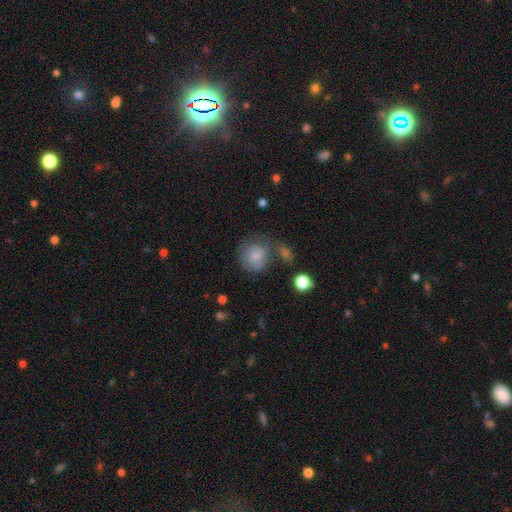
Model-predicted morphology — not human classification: smooth 79%, featured or disk 13%, star or artifact 8%. Down the decision tree: how rounded — round (82%); merging — none (50%).